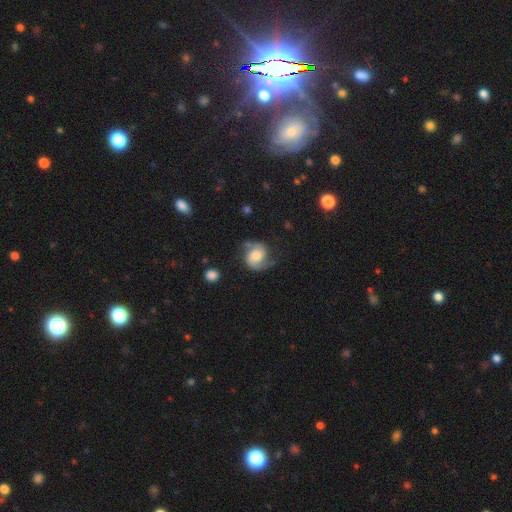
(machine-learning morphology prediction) A featured or disk galaxy (74%) with no bar (58%), 2 (86%) medium (49%) spiral arms (94%) and a moderate central bulge (54%).

Vote fractions:
- Smooth or featured? featured or disk: 74% / smooth: 19% / star or artifact: 7%
- Edge-on disk? no: 98% / yes: 2%
- Bar? no: 58% / weak: 34% / strong: 8%
- Spiral arms? yes: 94% / no: 6%
- Spiral winding? medium: 49% / loose: 29% / tight: 22%
- Spiral arm count? 2: 86% / 1: 7% / can't tell: 4% / 3: 1% / 4: 1% / more than 4: 1%
- Bulge size? moderate: 54% / large: 24% / small: 15% / none: 4% / dominant: 3%
- Merging? none: 65% / minor disturbance: 21% / major disturbance: 11% / merger: 3%